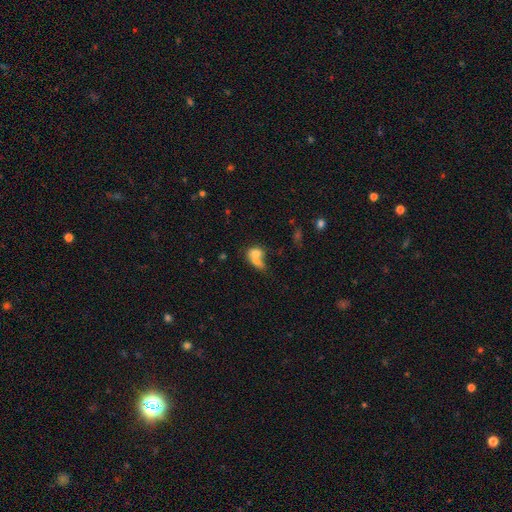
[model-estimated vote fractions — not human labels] Q: Smooth or featured?
A: smooth (70%); runner-up: featured or disk (20%)
Q: How rounded?
A: in between (62%); runner-up: round (35%)
Q: Merging?
A: merger (69%); runner-up: none (18%)